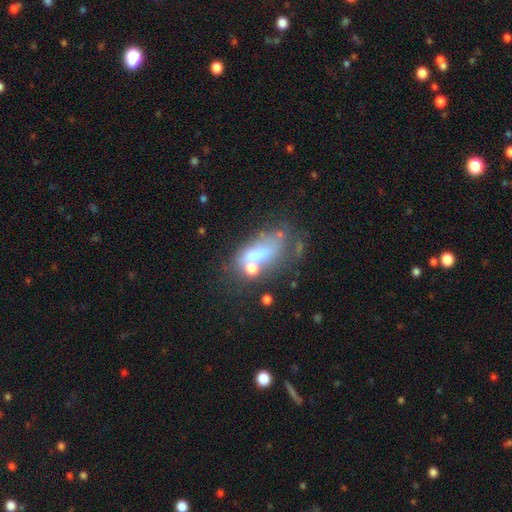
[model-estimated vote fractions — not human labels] A smooth galaxy with no disk features (48%). Merging: merger (39%).